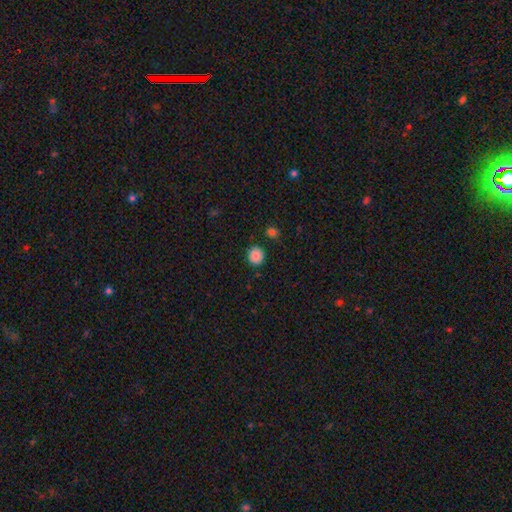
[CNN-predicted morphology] type=smooth (87%); roundness=round (85%); merging=none (88%).